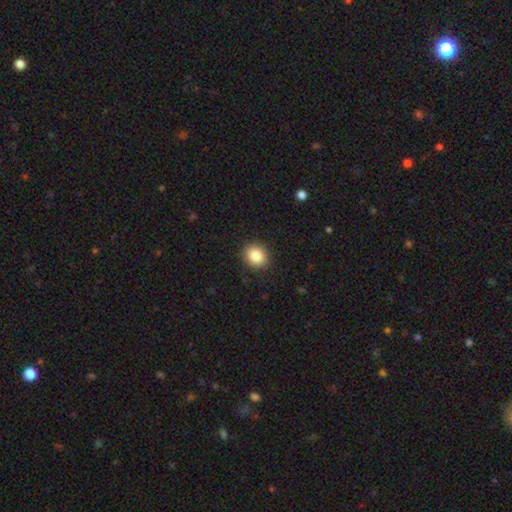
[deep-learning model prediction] A smooth galaxy with no disk features (84%) that is round (75%). Merging: none (90%).